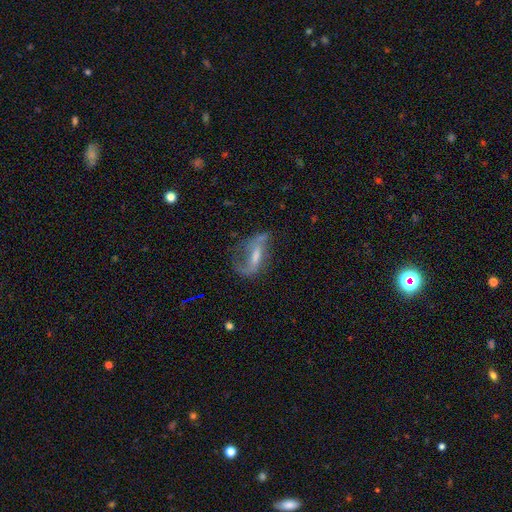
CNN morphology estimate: This appears to be a featured or disk galaxy (69%) with a weak bar (44%), spiral arms (81%) and a moderate central bulge (42%). Merging: none (46%).